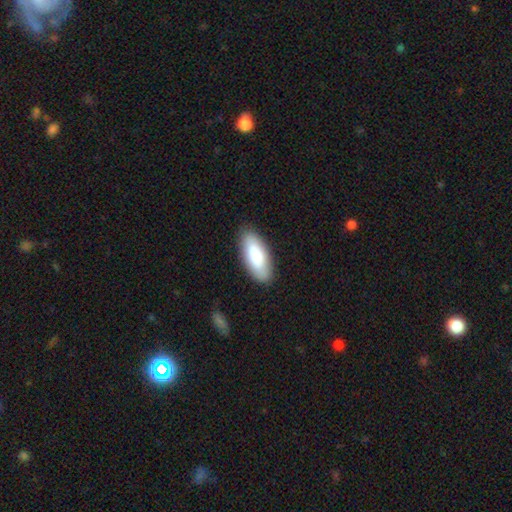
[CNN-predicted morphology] Smooth or featured? Predicted: smooth (p=0.78). How rounded? Predicted: in between (p=0.85). Merging? Predicted: none (p=0.87).